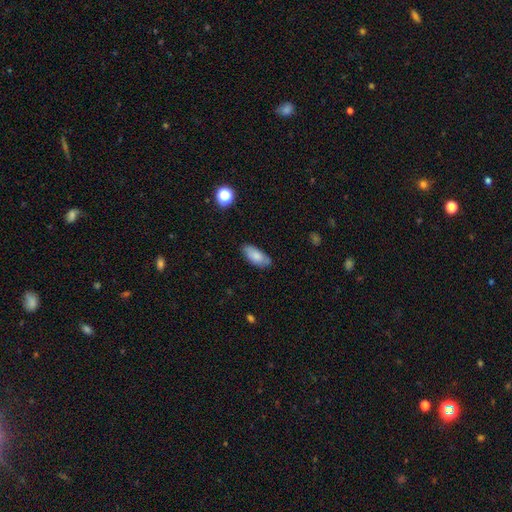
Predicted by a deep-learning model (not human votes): smooth 81%, featured or disk 12%, star or artifact 7%. Down the decision tree: how rounded — in between (87%); merging — none (78%).